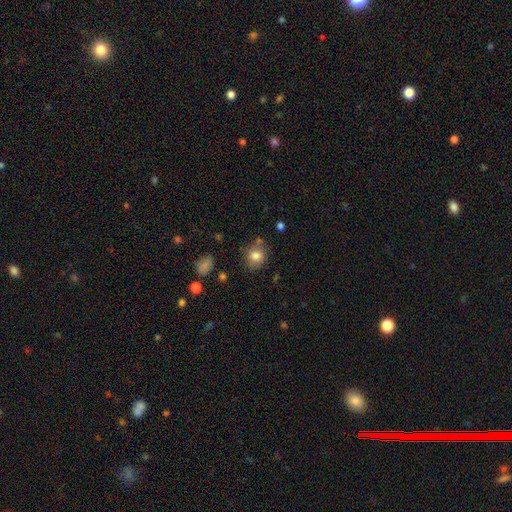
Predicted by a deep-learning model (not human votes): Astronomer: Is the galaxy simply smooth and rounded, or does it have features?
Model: smooth — 81%.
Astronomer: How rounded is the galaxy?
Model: round — 69%.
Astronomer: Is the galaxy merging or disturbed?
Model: none — 73%.